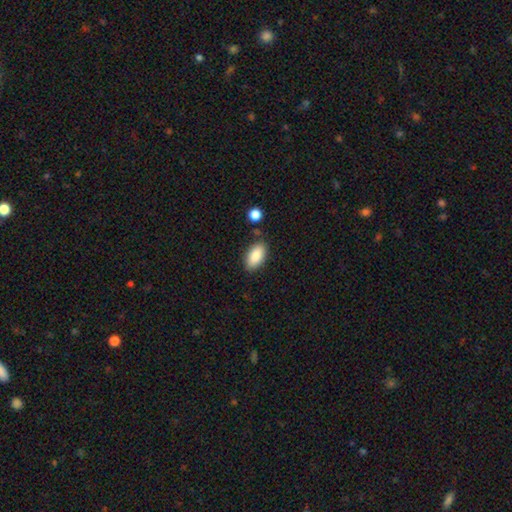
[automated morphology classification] Smooth or featured?
  - smooth: 87% *
  - featured or disk: 7%
  - star or artifact: 7%
How rounded?
  - in between: 93% *
  - cigar-shaped: 4%
  - round: 3%
Merging?
  - none: 82% *
  - minor disturbance: 11%
  - merger: 4%
  - major disturbance: 3%